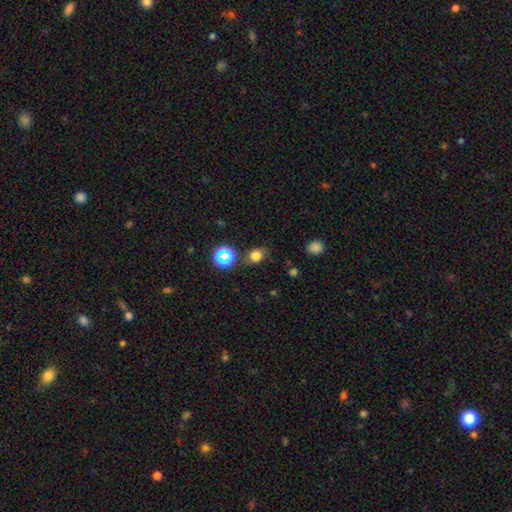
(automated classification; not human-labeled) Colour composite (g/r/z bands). It shows a smooth galaxy with no disk features (74%) that is round (56%). Merging: none (73%).